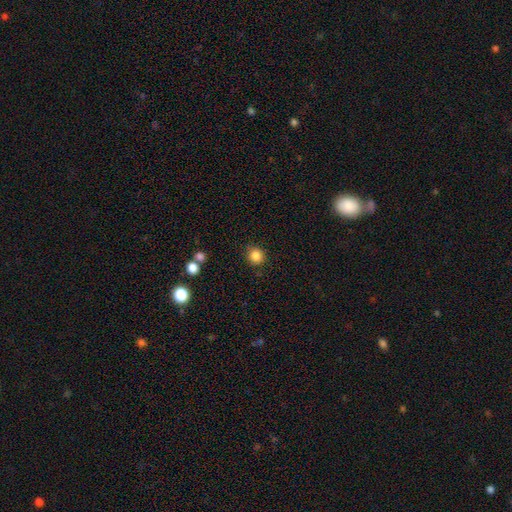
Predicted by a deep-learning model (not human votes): Morphology: type=smooth (85%); roundness=round (90%); merging=none (86%).